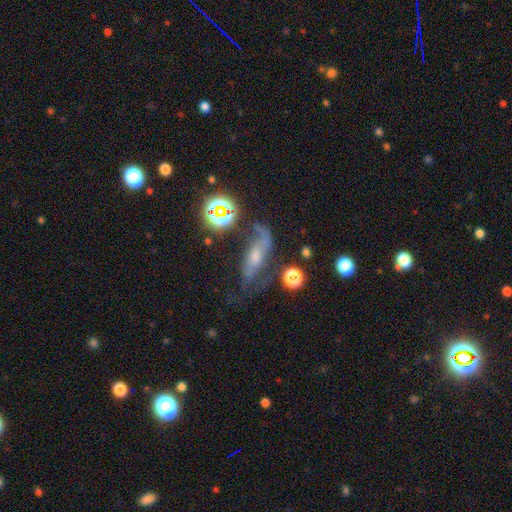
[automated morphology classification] This is possibly a featured or disk galaxy (55%). It is likely not viewed edge-on (80%). Merging: marginally none (42%).